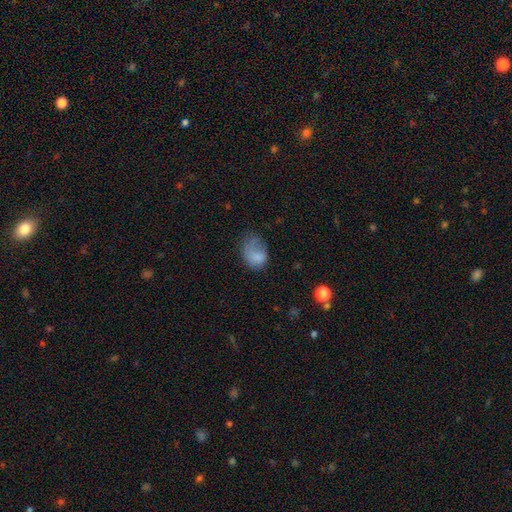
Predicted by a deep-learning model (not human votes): Q: Smooth or featured?
A: smooth (75%); runner-up: featured or disk (15%)
Q: How rounded?
A: in between (71%); runner-up: round (27%)
Q: Merging?
A: major disturbance (35%); runner-up: minor disturbance (33%)